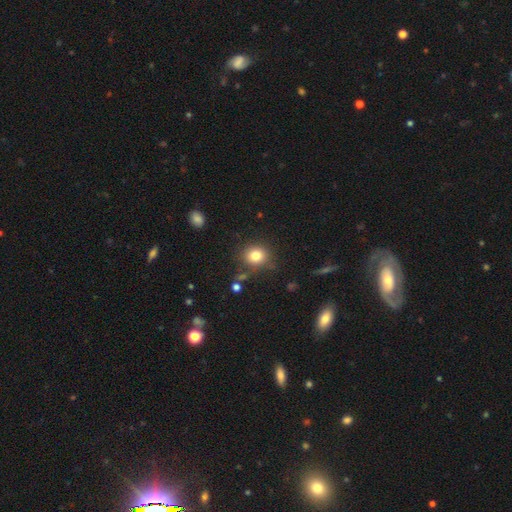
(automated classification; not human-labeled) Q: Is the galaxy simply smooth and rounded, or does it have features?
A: smooth — 80%.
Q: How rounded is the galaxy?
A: round — 81%.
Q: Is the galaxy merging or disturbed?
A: none — 80%.